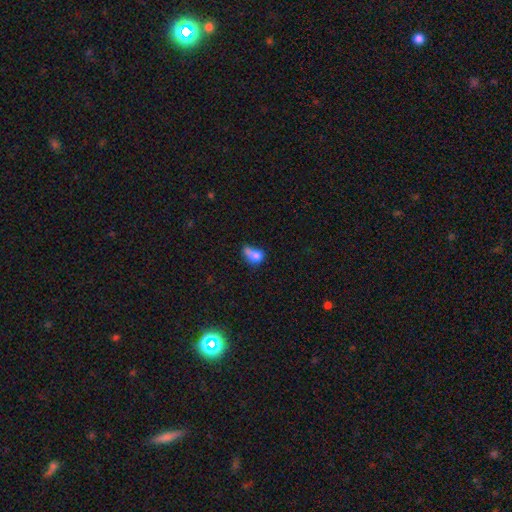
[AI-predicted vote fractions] This is likely a smooth galaxy (72%). How rounded: possibly in between (58%). Merging: marginally merger (32%).